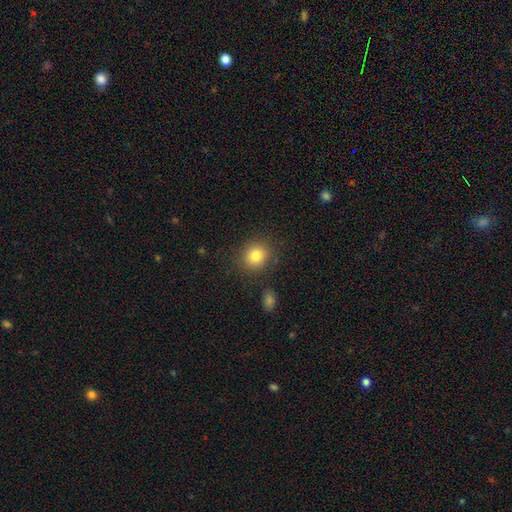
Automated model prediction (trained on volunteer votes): A smooth galaxy with no disk features (82%) that is round (81%). Merging: none (85%).